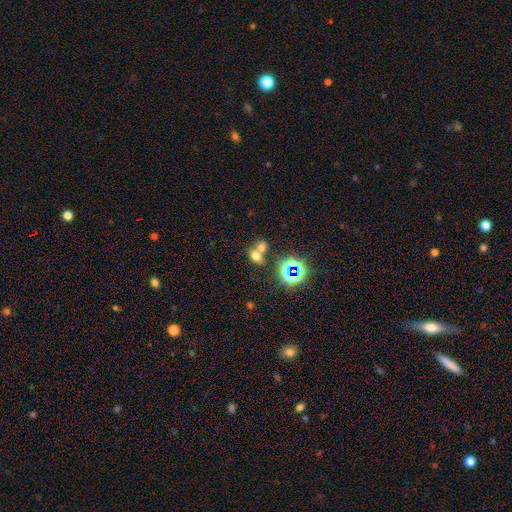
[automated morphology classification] Smooth or featured? smooth (61%)
How rounded? in between (58%)
Merging? merger (50%)